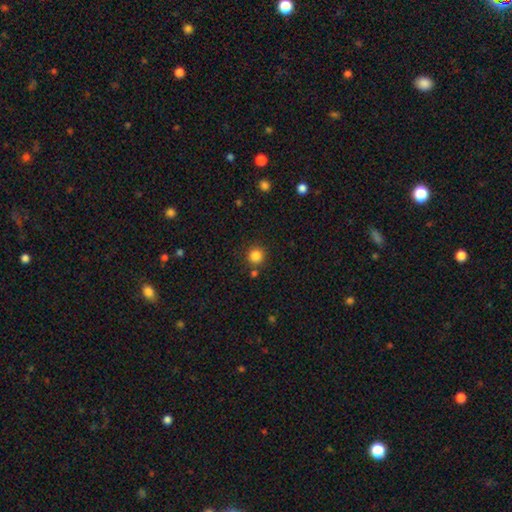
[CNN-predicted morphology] type=smooth (84%); roundness=round (94%); merging=none (84%).